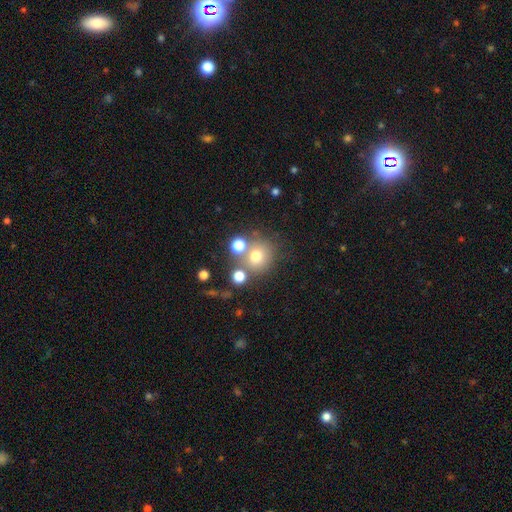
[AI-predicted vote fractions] This is likely a smooth galaxy (70%). How rounded: clearly round (88%). Merging: likely none (62%).